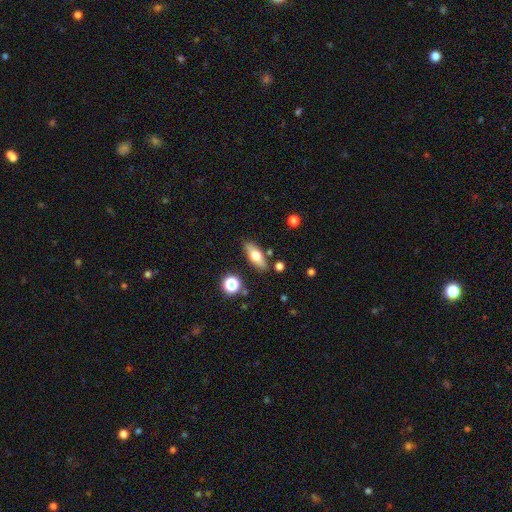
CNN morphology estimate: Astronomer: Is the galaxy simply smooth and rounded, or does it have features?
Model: smooth — 64%.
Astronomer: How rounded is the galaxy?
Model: in between — 68%.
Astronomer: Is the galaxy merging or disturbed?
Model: none — 83%.